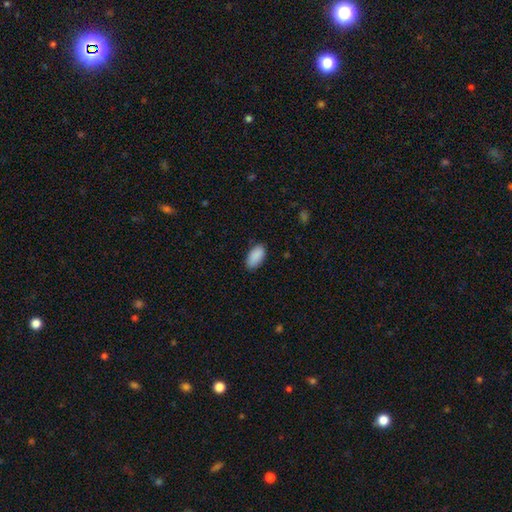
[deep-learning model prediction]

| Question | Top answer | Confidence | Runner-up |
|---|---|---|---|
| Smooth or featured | smooth | 91% | star or artifact (6%) |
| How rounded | in between | 95% | cigar-shaped (3%) |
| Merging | none | 85% | minor disturbance (11%) |